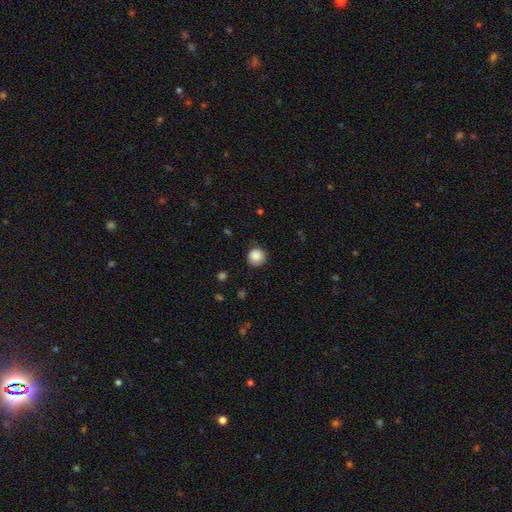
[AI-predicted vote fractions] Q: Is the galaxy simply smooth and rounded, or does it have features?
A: smooth — 87%.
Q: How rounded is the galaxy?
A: round — 92%.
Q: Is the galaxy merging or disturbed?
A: none — 81%.